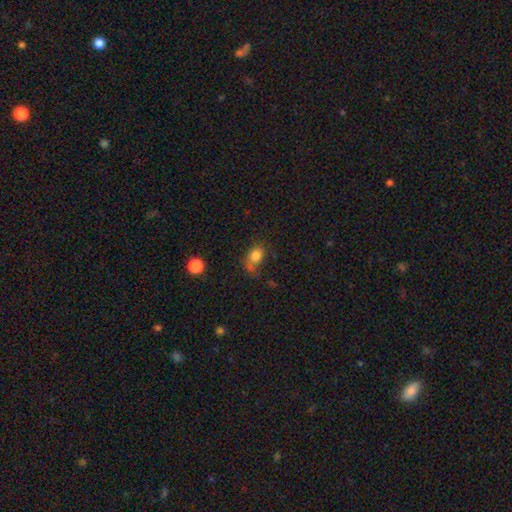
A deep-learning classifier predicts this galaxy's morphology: This appears to be a smooth galaxy with no disk features (79%) that is in between round and cigar-shaped (65%). Merging: none (44%).